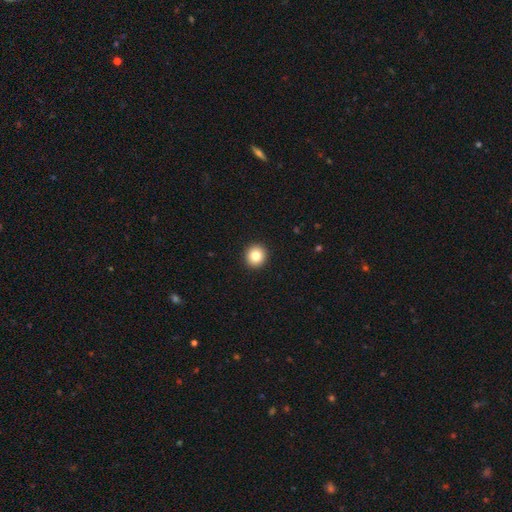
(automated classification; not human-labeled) Smooth or featured?
  - smooth: 82% *
  - star or artifact: 10%
  - featured or disk: 8%
How rounded?
  - round: 92% *
  - in between: 8%
  - cigar-shaped: 1%
Merging?
  - none: 94% *
  - minor disturbance: 4%
  - major disturbance: 1%
  - merger: 1%